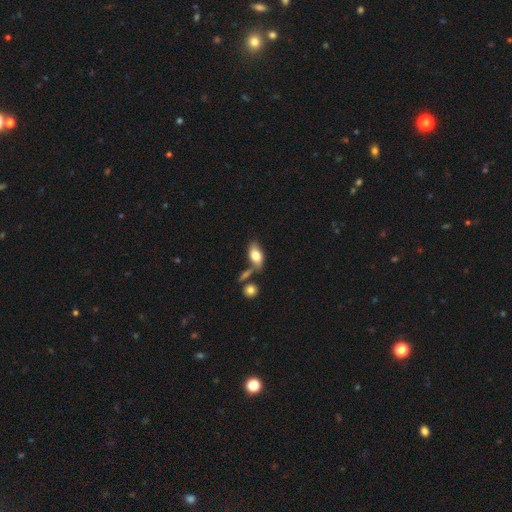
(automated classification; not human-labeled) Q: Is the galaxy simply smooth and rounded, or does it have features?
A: smooth — 72%.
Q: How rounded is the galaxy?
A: in between — 89%.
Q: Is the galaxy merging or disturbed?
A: none — 52%.